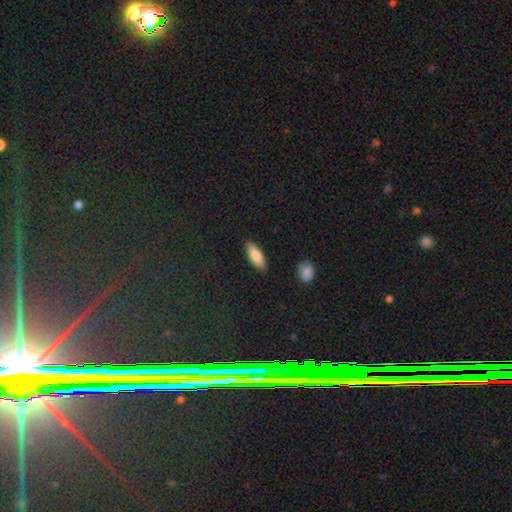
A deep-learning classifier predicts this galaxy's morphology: smooth 83%, featured or disk 11%, star or artifact 6%. Down the decision tree: how rounded — in between (69%); merging — none (87%).